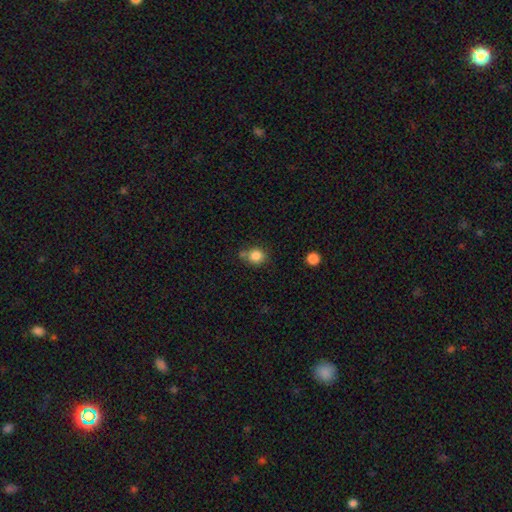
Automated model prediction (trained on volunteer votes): A smooth galaxy with no disk features (84%) that is round (81%). Merging: none (64%).